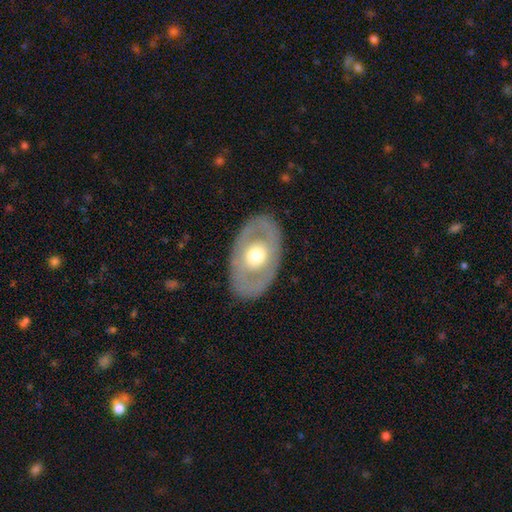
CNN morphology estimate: featured or disk 55%, smooth 40%, star or artifact 5%. Down the decision tree: edge-on disk — no (88%); merging — none (83%).